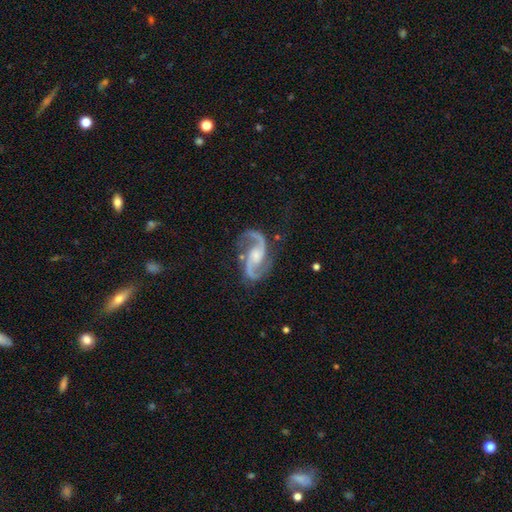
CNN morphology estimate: type=featured or disk (94%); edge-on=no (98%); bar=no (47%); spiral arms=yes (98%); winding=medium (55%); arm count=2 (94%); bulge=moderate (41%); merging=none (76%).